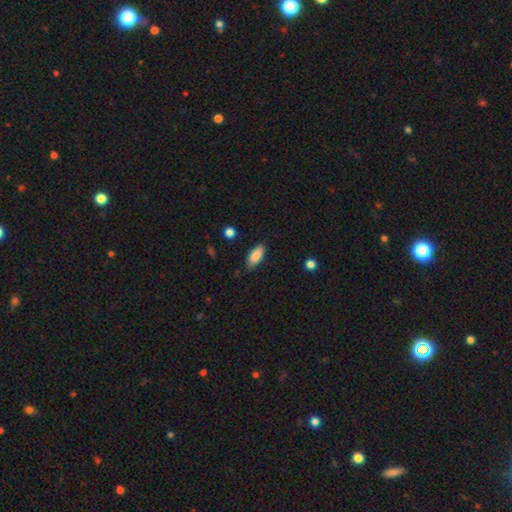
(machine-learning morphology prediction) smooth 86%, featured or disk 7%, star or artifact 7%. Down the decision tree: how rounded — in between (83%); merging — none (81%).